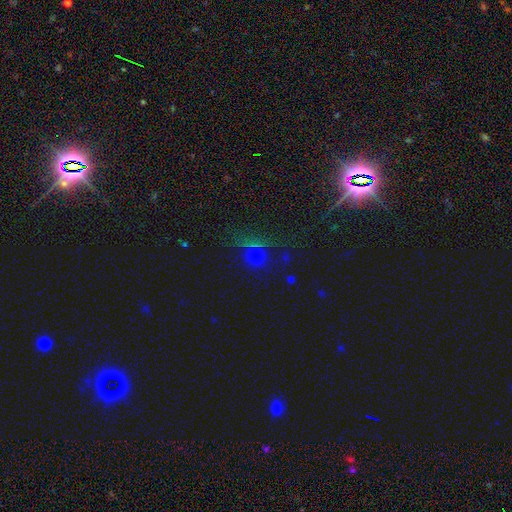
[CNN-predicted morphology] Smooth or featured? smooth (59%)
How rounded? round (89%)
Merging? none (75%)